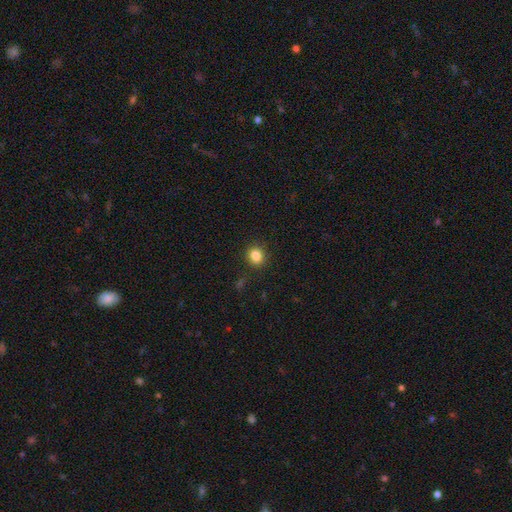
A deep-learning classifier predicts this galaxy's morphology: Smooth or featured? smooth (84%)
How rounded? round (80%)
Merging? none (89%)